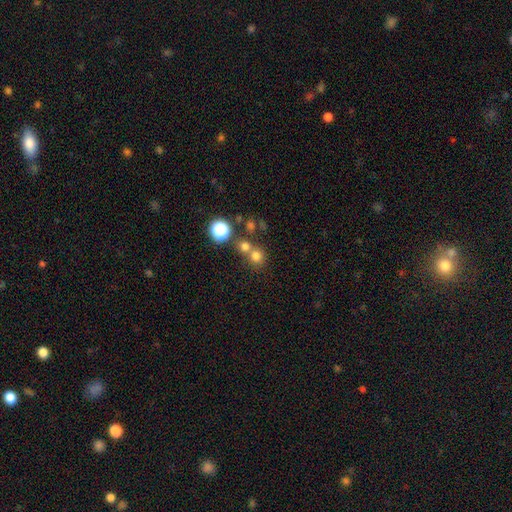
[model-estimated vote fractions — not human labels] A smooth galaxy with no disk features (72%) that is round (88%).

Vote fractions:
- Smooth or featured? smooth: 72% / star or artifact: 19% / featured or disk: 9%
- How rounded? round: 88% / in between: 11% / cigar-shaped: 1%
- Merging? none: 56% / merger: 34% / minor disturbance: 7% / major disturbance: 3%